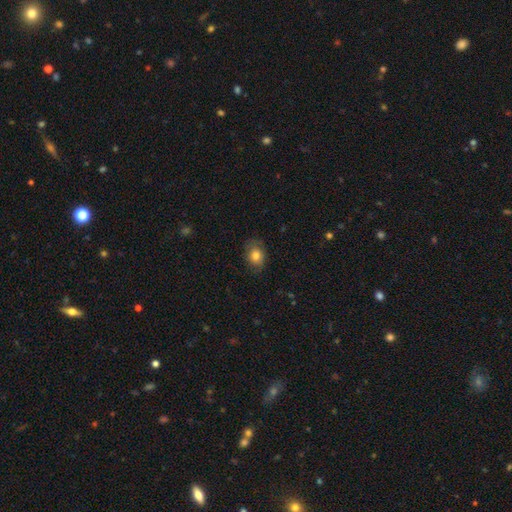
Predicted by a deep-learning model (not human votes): Q: Smooth or featured?
A: smooth (77%); runner-up: featured or disk (13%)
Q: How rounded?
A: in between (62%); runner-up: round (37%)
Q: Merging?
A: none (76%); runner-up: minor disturbance (18%)